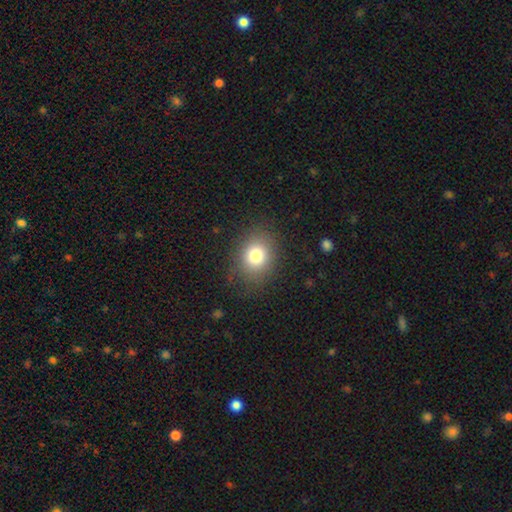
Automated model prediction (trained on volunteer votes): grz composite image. It shows a smooth galaxy with no disk features (79%) that is round (55%). Merging: none (83%).